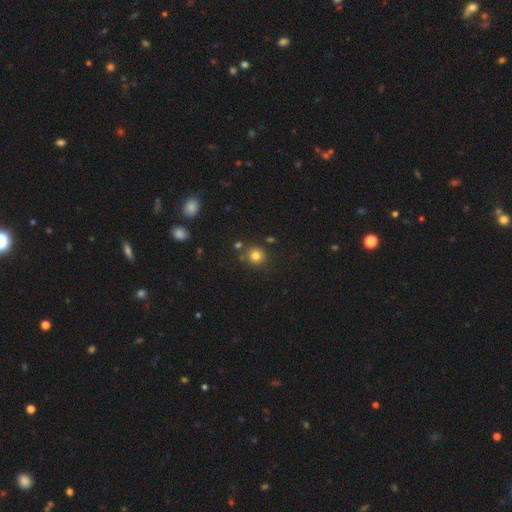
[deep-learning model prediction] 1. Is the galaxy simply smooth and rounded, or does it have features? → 80% smooth, 14% star or artifact, 6% featured or disk.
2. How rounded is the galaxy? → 91% round, 9% in between, 1% cigar-shaped.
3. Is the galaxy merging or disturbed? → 81% none, 9% minor disturbance, 7% merger, 3% major disturbance.